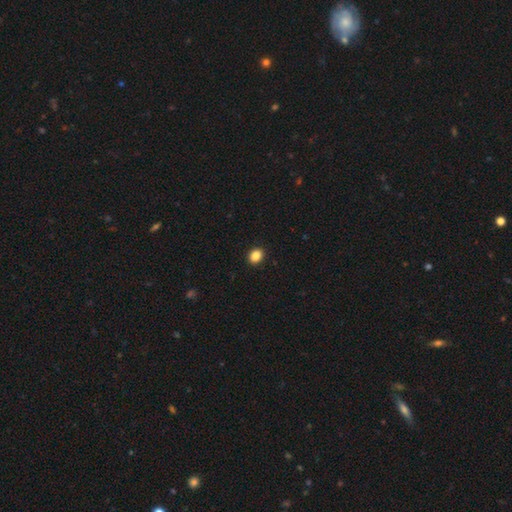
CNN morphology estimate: This appears to be a smooth galaxy with no disk features (87%) that is in between round and cigar-shaped (50%). Merging: none (91%).